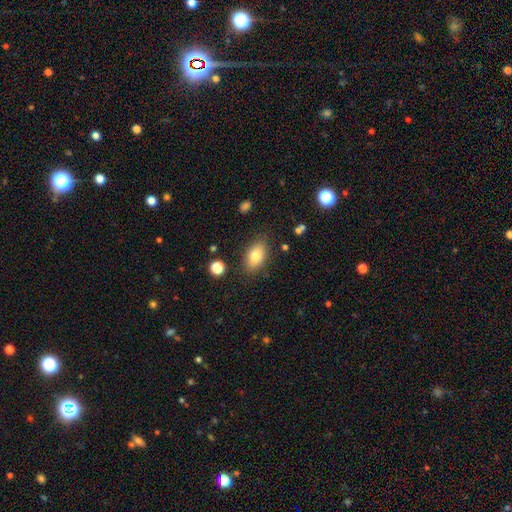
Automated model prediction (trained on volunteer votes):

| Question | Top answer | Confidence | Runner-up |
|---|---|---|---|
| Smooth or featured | smooth | 80% | featured or disk (11%) |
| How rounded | in between | 89% | round (9%) |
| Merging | none | 83% | minor disturbance (12%) |